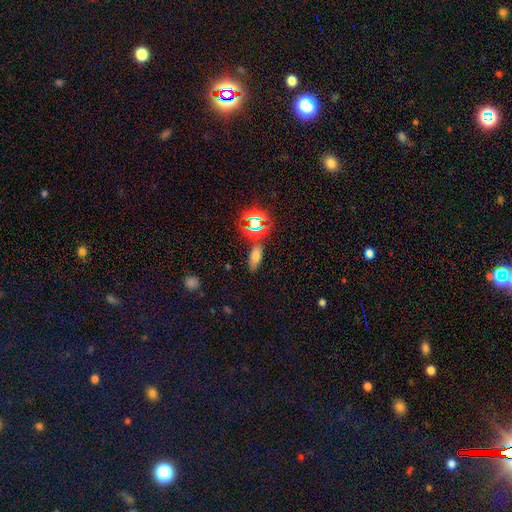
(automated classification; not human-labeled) This is likely a smooth galaxy (64%). How rounded: likely in between (70%). Merging: likely none (77%).